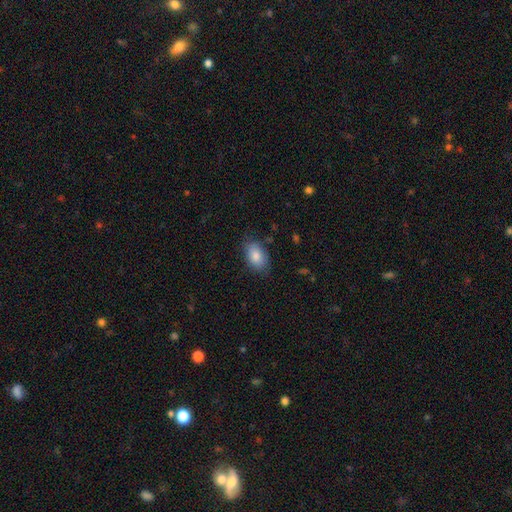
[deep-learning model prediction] Smooth or featured? Predicted: smooth (p=0.85). How rounded? Predicted: in between (p=0.89). Merging? Predicted: none (p=0.78).